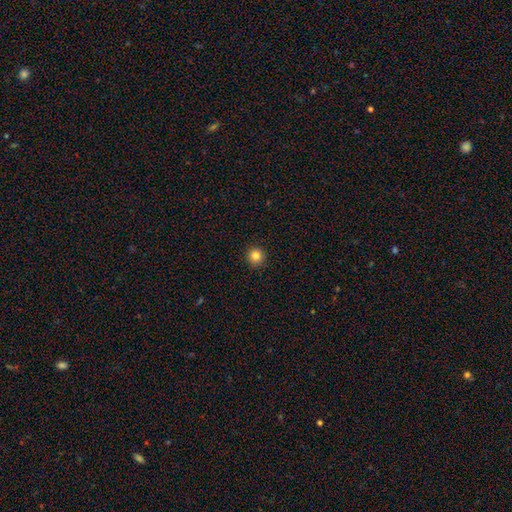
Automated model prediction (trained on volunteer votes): Q: Smooth or featured?
A: smooth (84%); runner-up: star or artifact (12%)
Q: How rounded?
A: round (95%); runner-up: in between (4%)
Q: Merging?
A: none (93%); runner-up: minor disturbance (4%)